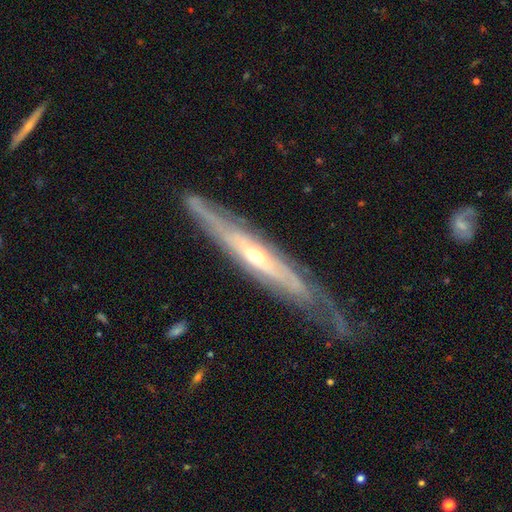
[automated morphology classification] smooth_or_featured: featured or disk (p=0.82) [alt: smooth p=0.12]
disk_edge_on: yes (p=0.64) [alt: no p=0.36]
edge_on_bulge: rounded (p=0.69) [alt: none p=0.28]
merging: none (p=0.63) [alt: minor disturbance p=0.25]